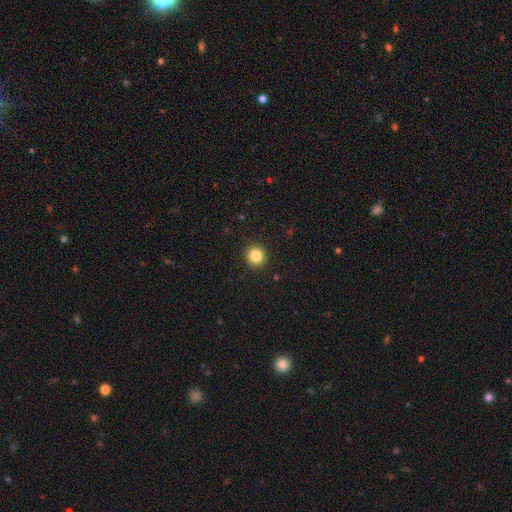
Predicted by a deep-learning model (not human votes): smooth_or_featured: smooth (p=0.84) [alt: star or artifact p=0.11]
how_rounded: round (p=0.92) [alt: in between p=0.07]
merging: none (p=0.92) [alt: minor disturbance p=0.05]